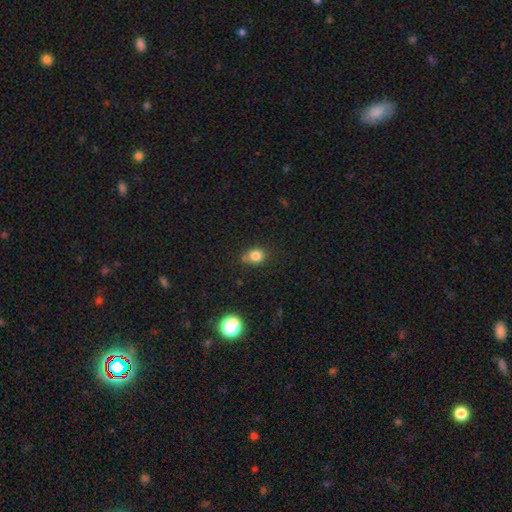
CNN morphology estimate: smooth-or-featured: smooth: 81% | star or artifact: 13% | featured or disk: 6%
  how-rounded: round: 67% | in between: 32% | cigar-shaped: 1%
  merging: none: 70% | minor disturbance: 18% | merger: 9% | major disturbance: 4%